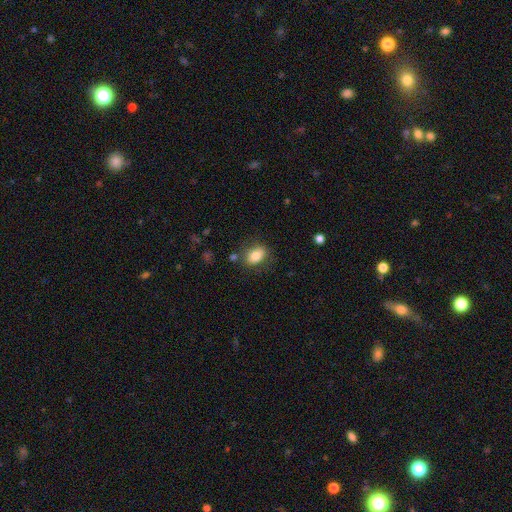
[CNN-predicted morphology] Smooth or featured? Predicted: smooth (p=0.79). How rounded? Predicted: in between (p=0.79). Merging? Predicted: none (p=0.76).